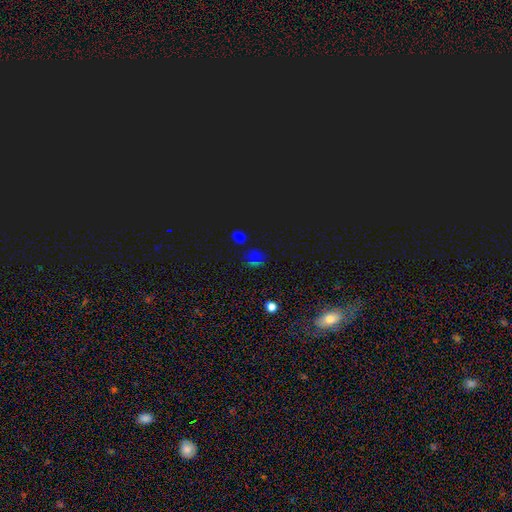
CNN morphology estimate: type=star or artifact (56%).